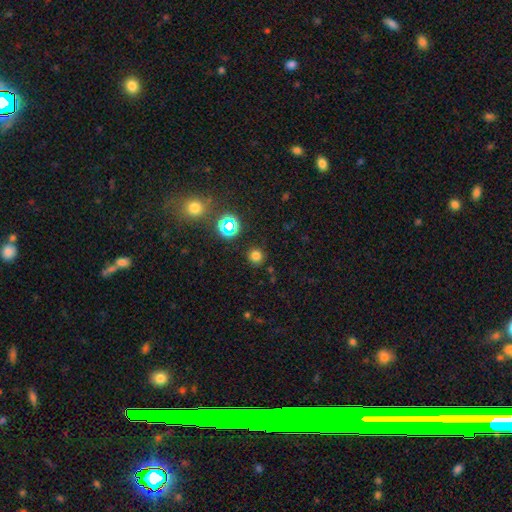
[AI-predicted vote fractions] Morphology: type=smooth (72%); roundness=round (93%); merging=none (88%).